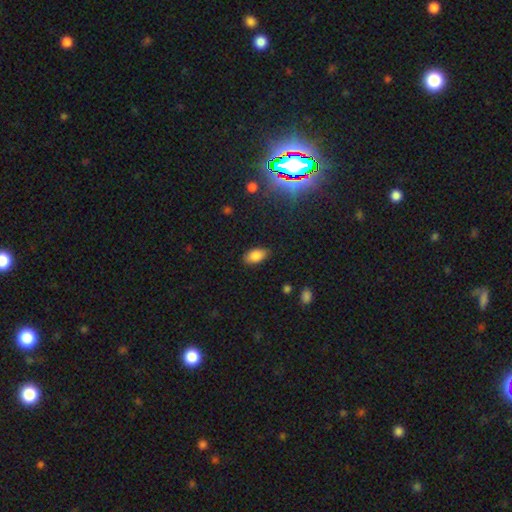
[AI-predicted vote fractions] Smooth or featured: smooth — 84% (star or artifact — 9%)
How rounded: in between — 92% (round — 6%)
Merging: none — 83% (minor disturbance — 13%)